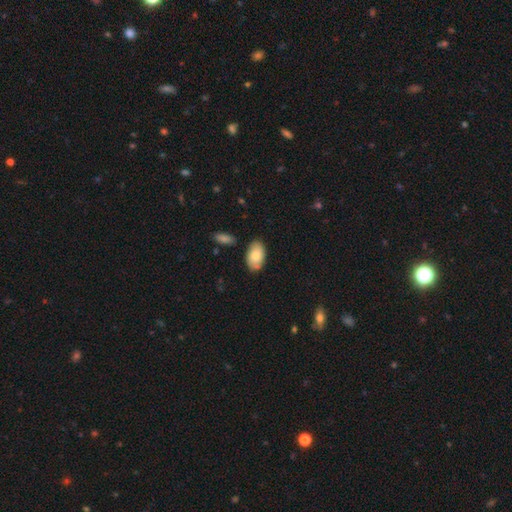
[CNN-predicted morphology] A smooth galaxy with no disk features (78%) that is in between round and cigar-shaped (93%).

Vote fractions:
- Smooth or featured? smooth: 78% / featured or disk: 16% / star or artifact: 6%
- How rounded? in between: 93% / round: 5% / cigar-shaped: 2%
- Merging? none: 78% / minor disturbance: 15% / merger: 4% / major disturbance: 3%